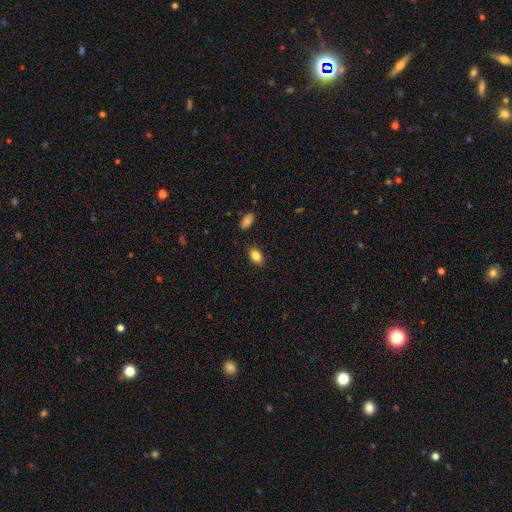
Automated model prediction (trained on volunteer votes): smooth_or_featured: smooth (p=0.84) [alt: star or artifact p=0.08]
how_rounded: in between (p=0.89) [alt: round p=0.09]
merging: none (p=0.87) [alt: minor disturbance p=0.09]